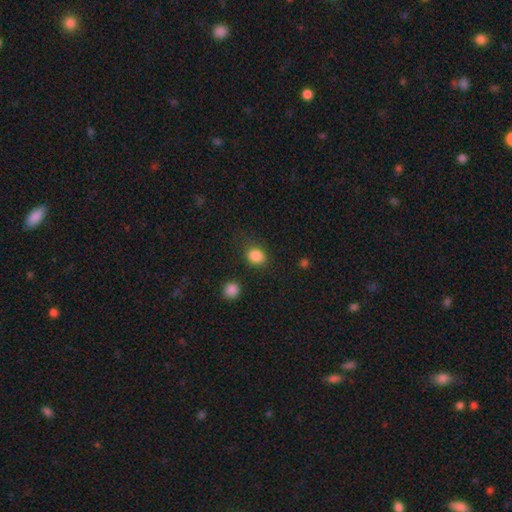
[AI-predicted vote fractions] Smooth or featured? smooth (85%)
How rounded? round (58%)
Merging? none (77%)